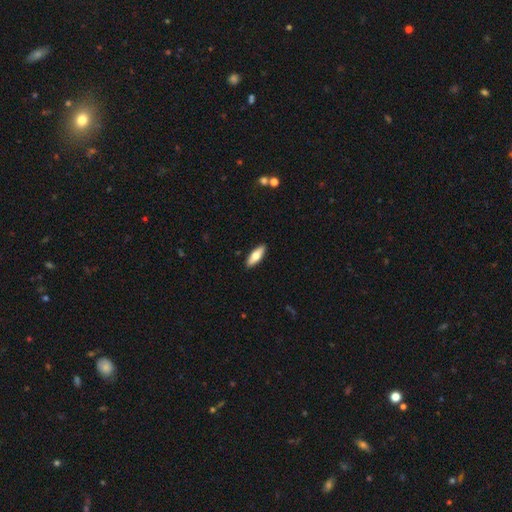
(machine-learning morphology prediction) The model was most divided on "how rounded": in between: 60%, cigar-shaped: 38%, round: 2%. More confident: merging — none (91%); smooth or featured — smooth (68%).